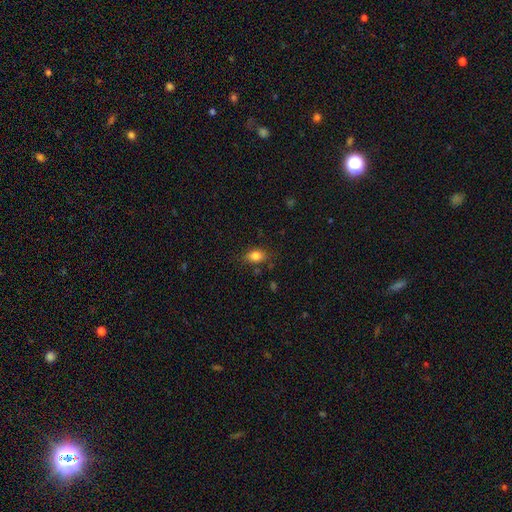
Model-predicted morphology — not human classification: A smooth galaxy with no disk features (83%) that is in between round and cigar-shaped (81%). Merging: none (78%).